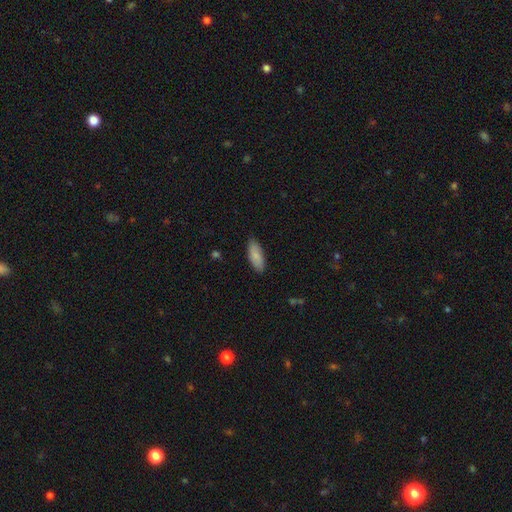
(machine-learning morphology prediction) type=smooth (84%); roundness=in between (79%); merging=none (86%).